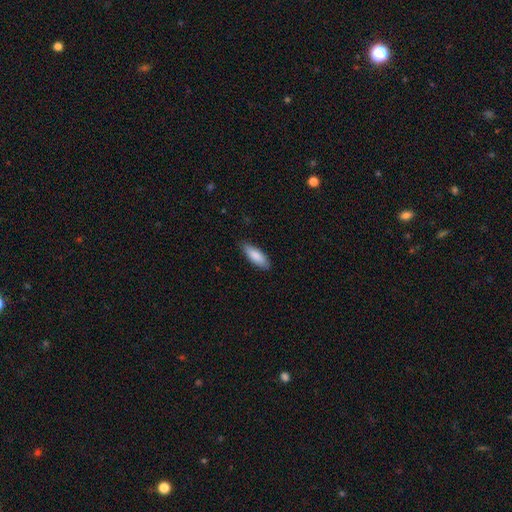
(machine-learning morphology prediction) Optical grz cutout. It shows a smooth galaxy with no disk features (86%) that is in between round and cigar-shaped (65%). Merging: none (84%).